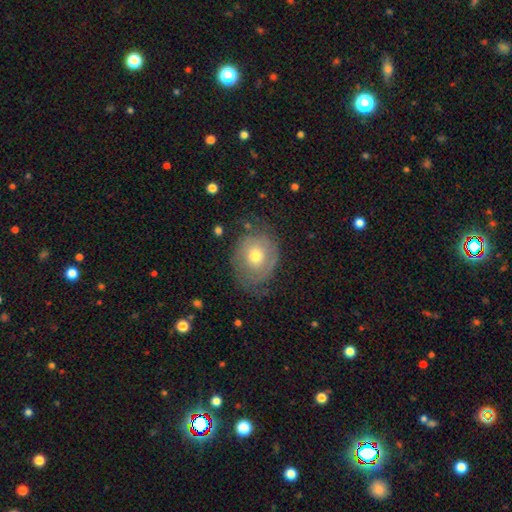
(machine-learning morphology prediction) This is possibly a smooth galaxy (48%). Merging: possibly none (60%).